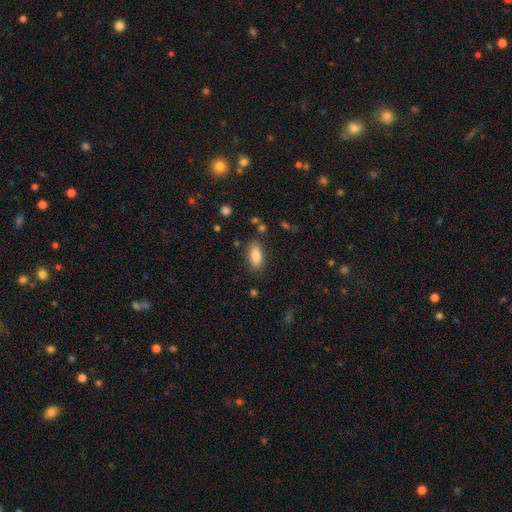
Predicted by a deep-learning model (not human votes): This is clearly a smooth galaxy (84%). How rounded: clearly in between (81%). Merging: clearly none (83%).